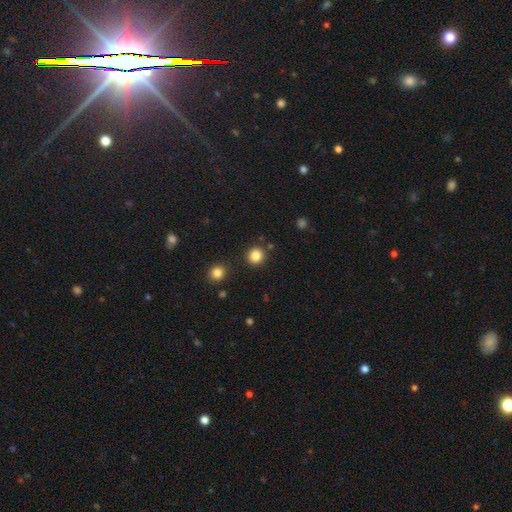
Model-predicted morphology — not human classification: This appears to be a smooth galaxy with no disk features (85%) that is round (92%). Merging: none (88%).